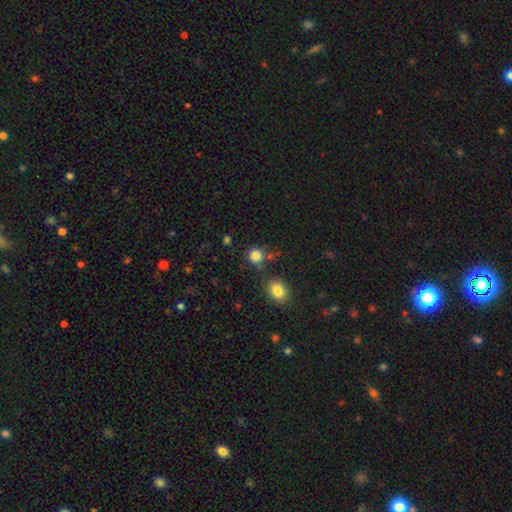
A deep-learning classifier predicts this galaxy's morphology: smooth 84%, star or artifact 12%, featured or disk 5%. Down the decision tree: how rounded — round (89%); merging — none (76%).